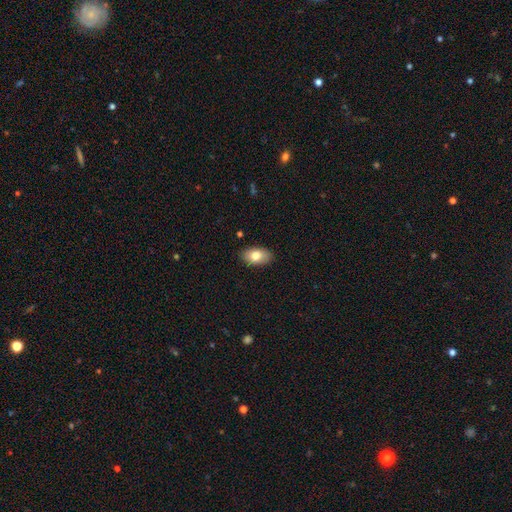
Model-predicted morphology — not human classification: This is likely a smooth galaxy (79%). How rounded: clearly in between (92%). Merging: clearly none (87%).